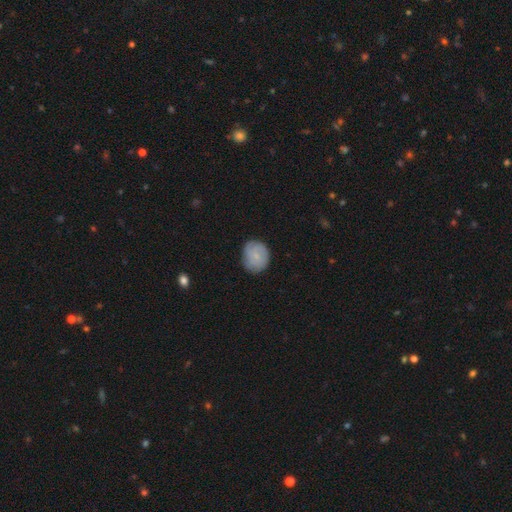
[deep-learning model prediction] Smooth or featured: smooth — 63% (featured or disk — 31%)
How rounded: round — 79% (in between — 20%)
Merging: none — 78% (minor disturbance — 17%)